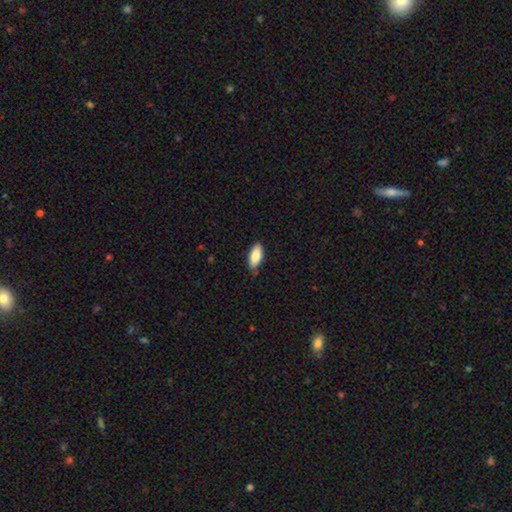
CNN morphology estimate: A smooth galaxy with no disk features (82%) that is in between round and cigar-shaped (88%). Merging: none (83%).